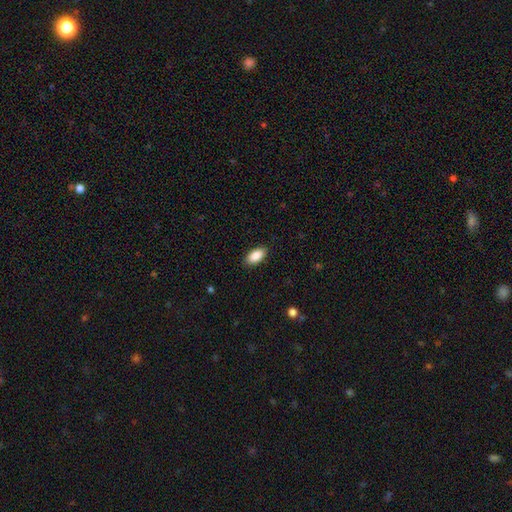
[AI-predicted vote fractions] smooth 88%, star or artifact 7%, featured or disk 5%. Down the decision tree: how rounded — in between (92%); merging — none (89%).